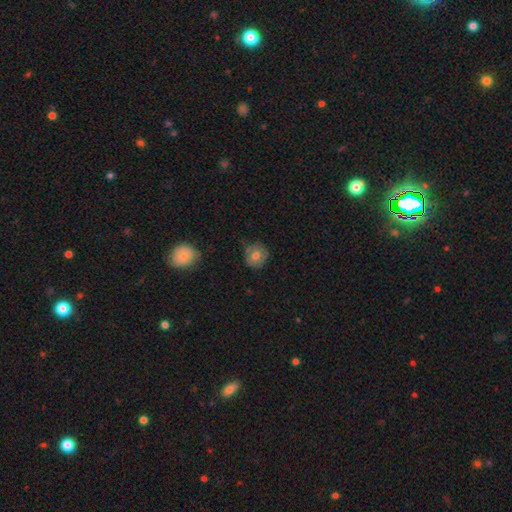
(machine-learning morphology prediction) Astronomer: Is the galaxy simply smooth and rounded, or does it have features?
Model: smooth — 69%.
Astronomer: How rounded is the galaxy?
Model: round — 88%.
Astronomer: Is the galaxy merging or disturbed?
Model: none — 77%.